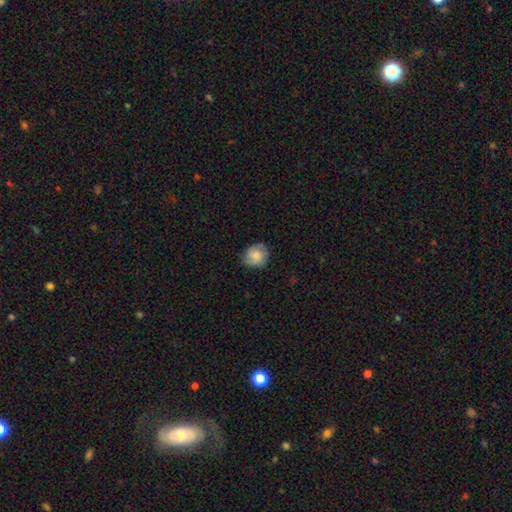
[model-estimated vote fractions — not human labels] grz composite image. It shows a smooth galaxy with no disk features (74%) that is round (80%). Merging: none (78%).